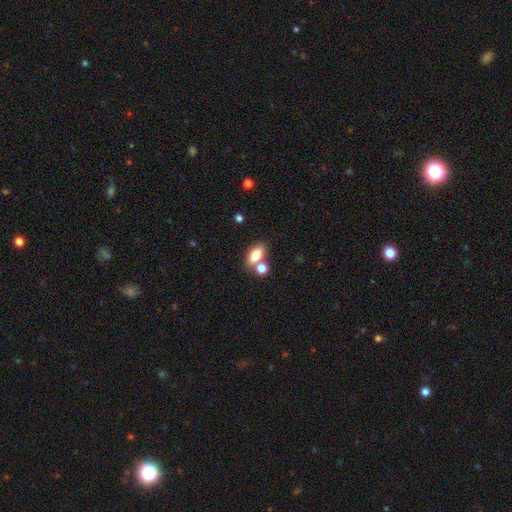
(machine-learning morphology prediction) This is likely a smooth galaxy (78%). How rounded: clearly in between (84%). Merging: possibly none (53%).